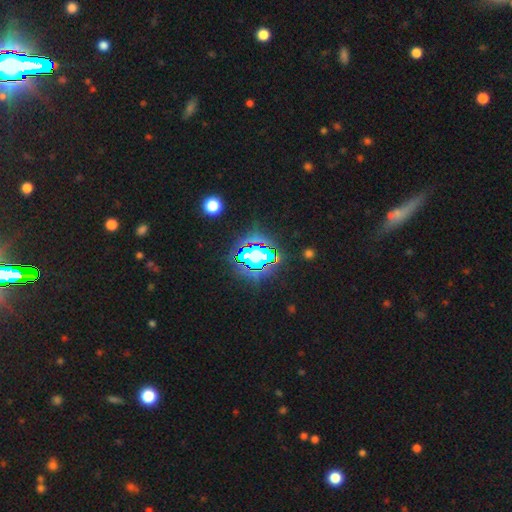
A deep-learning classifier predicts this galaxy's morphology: smooth-or-featured: star or artifact: 65% | smooth: 22% | featured or disk: 14%